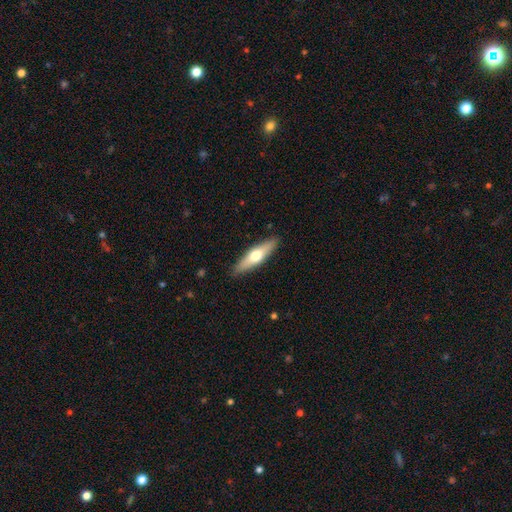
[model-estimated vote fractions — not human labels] smooth-or-featured: smooth: 49% | featured or disk: 46% | star or artifact: 5%
  merging: none: 89% | minor disturbance: 8% | major disturbance: 2% | merger: 1%